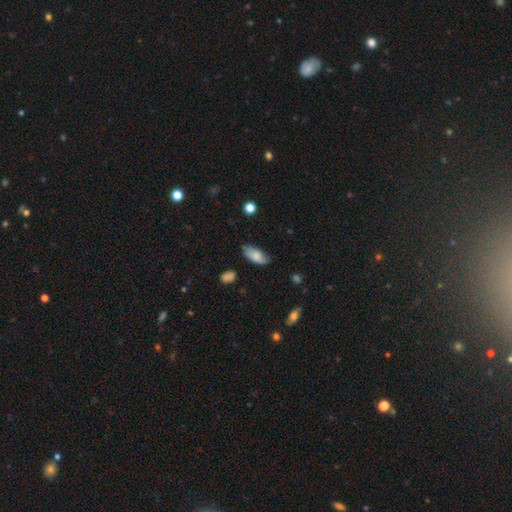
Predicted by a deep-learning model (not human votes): A smooth galaxy with no disk features (80%) that is in between round and cigar-shaped (91%).

Vote fractions:
- Smooth or featured? smooth: 80% / featured or disk: 13% / star or artifact: 7%
- How rounded? in between: 91% / cigar-shaped: 7% / round: 2%
- Merging? none: 70% / minor disturbance: 24% / major disturbance: 4% / merger: 2%